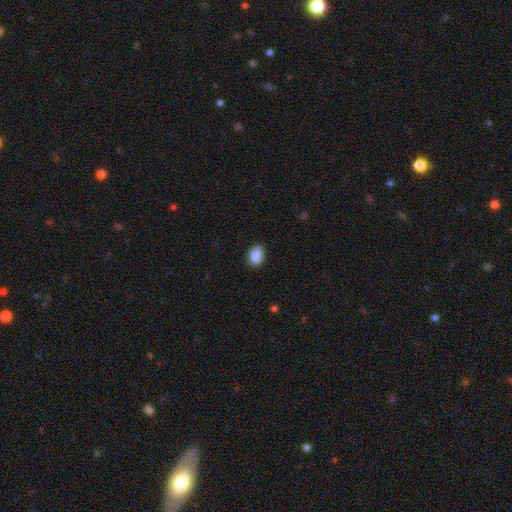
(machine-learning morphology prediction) Smooth or featured? smooth (90%)
How rounded? in between (80%)
Merging? none (86%)